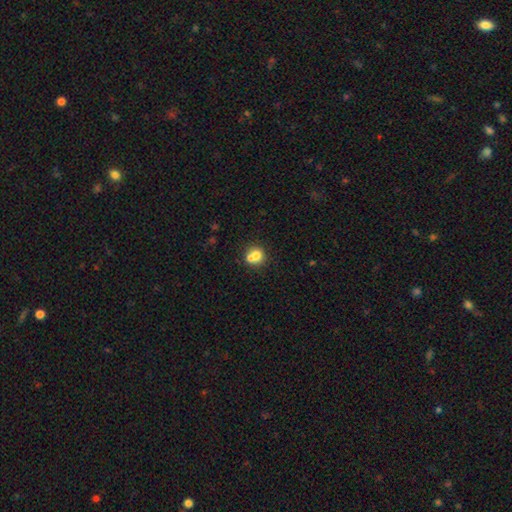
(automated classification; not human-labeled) smooth_or_featured: smooth (p=0.73) [alt: featured or disk p=0.16]
how_rounded: round (p=0.79) [alt: in between p=0.20]
merging: none (p=0.45) [alt: merger p=0.41]